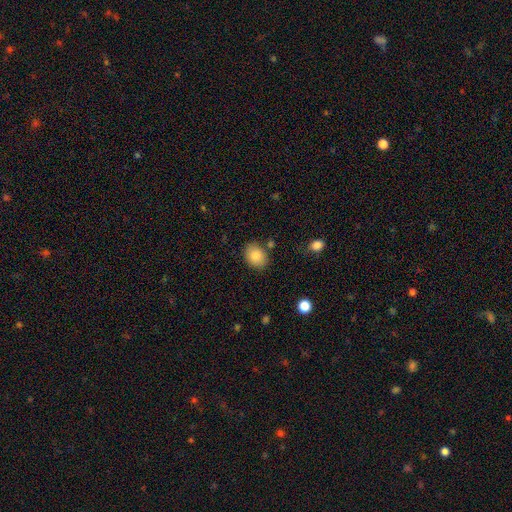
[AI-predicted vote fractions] The model was most divided on "how rounded": in between: 67%, round: 32%, cigar-shaped: 1%. More confident: smooth or featured — smooth (85%); merging — none (81%).